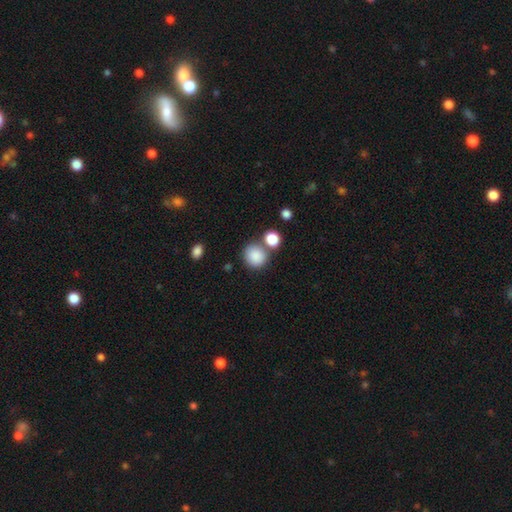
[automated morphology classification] Smooth or featured: smooth — 87% (star or artifact — 9%)
How rounded: round — 84% (in between — 15%)
Merging: none — 67% (merger — 19%)